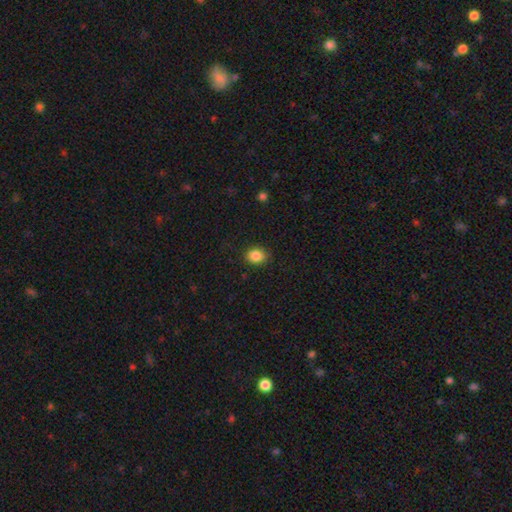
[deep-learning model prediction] Morphology: type=smooth (86%); roundness=round (62%); merging=none (85%).